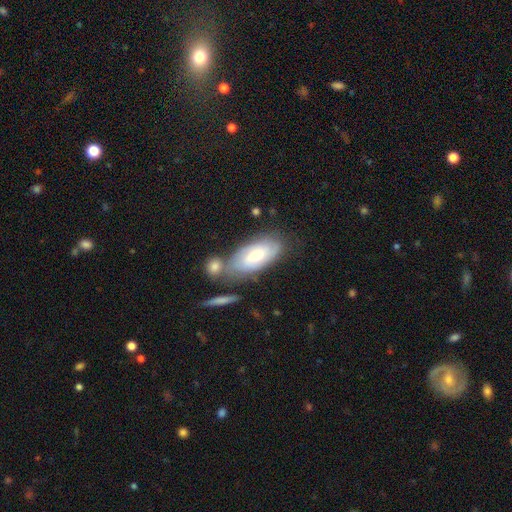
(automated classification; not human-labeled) A featured or disk galaxy (48%). Merging: none (53%).